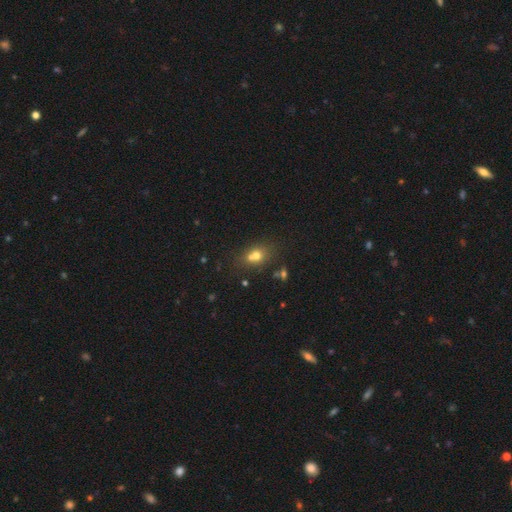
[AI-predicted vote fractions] Smooth or featured? smooth (65%)
How rounded? round (60%)
Merging? merger (43%, tied with none)